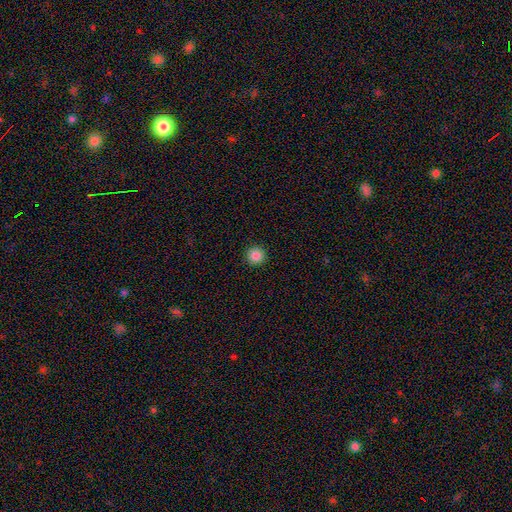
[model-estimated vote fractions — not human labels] This is clearly a smooth galaxy (86%). How rounded: clearly round (96%). Merging: clearly none (93%).